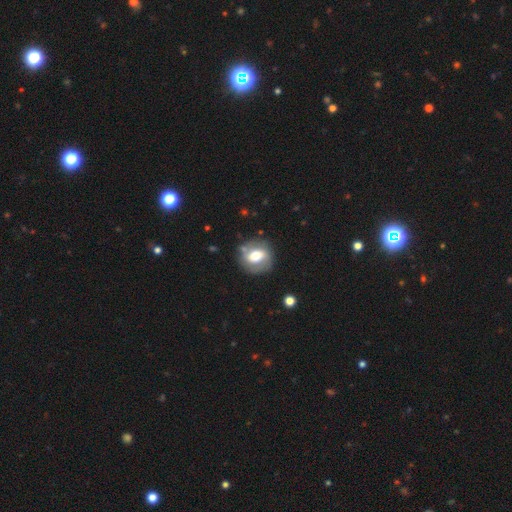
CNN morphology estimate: The model was most divided on "smooth or featured": featured or disk: 49%, smooth: 44%, star or artifact: 7%. More confident: merging — none (78%).